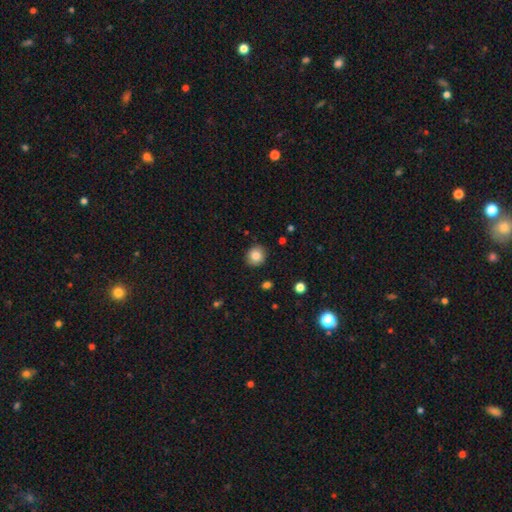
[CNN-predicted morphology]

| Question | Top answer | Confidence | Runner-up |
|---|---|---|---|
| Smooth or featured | smooth | 84% | star or artifact (10%) |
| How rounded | round | 83% | in between (16%) |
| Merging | none | 90% | minor disturbance (7%) |